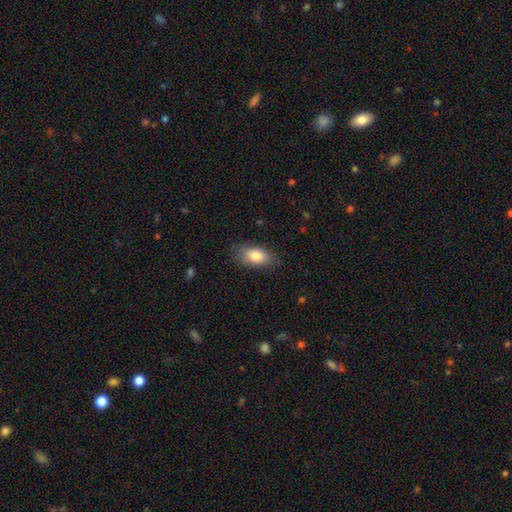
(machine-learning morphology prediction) Smooth or featured? Predicted: smooth (p=0.82). How rounded? Predicted: in between (p=0.89). Merging? Predicted: none (p=0.80).